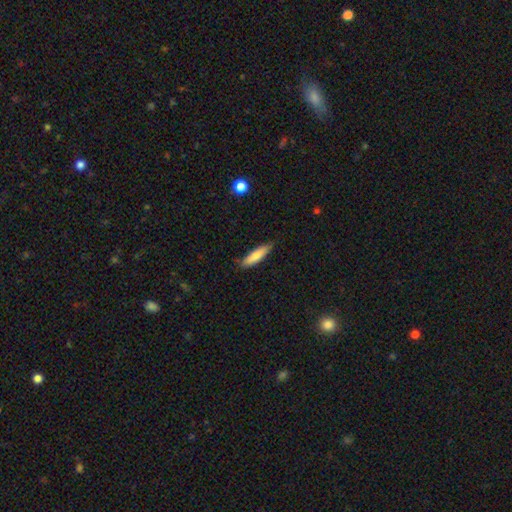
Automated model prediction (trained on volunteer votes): The model was most divided on "how rounded": cigar-shaped: 72%, in between: 27%, round: 1%. More confident: merging — none (82%); smooth or featured — smooth (78%).